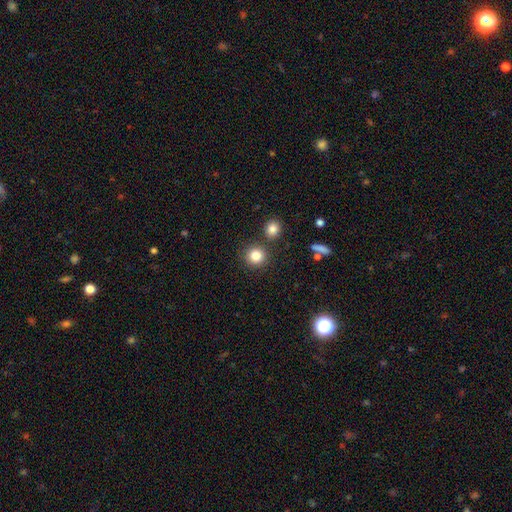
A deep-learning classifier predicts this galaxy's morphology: This appears to be a smooth galaxy with no disk features (84%) that is round (91%). Merging: none (83%).